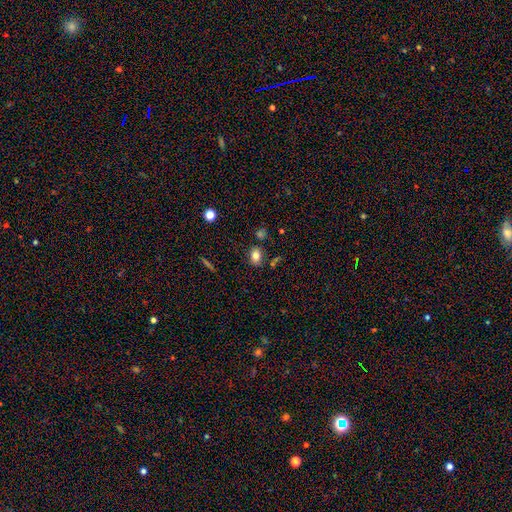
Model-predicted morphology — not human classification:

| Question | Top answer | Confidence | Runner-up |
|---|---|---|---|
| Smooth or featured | smooth | 79% | star or artifact (12%) |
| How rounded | in between | 63% | round (35%) |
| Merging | none | 79% | minor disturbance (12%) |